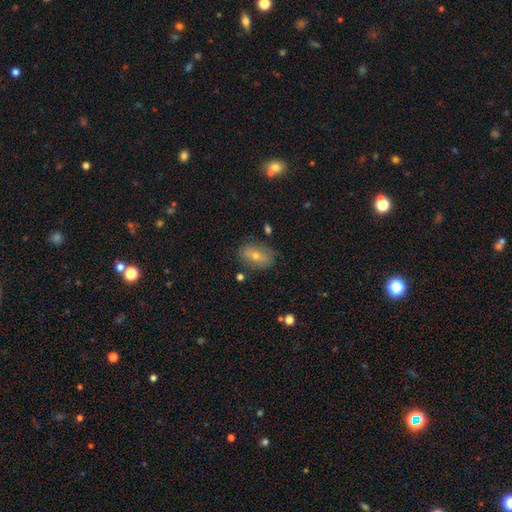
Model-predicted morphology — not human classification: Smooth or featured: smooth — 54% (featured or disk — 33%)
How rounded: in between — 84% (round — 13%)
Merging: none — 79% (minor disturbance — 15%)